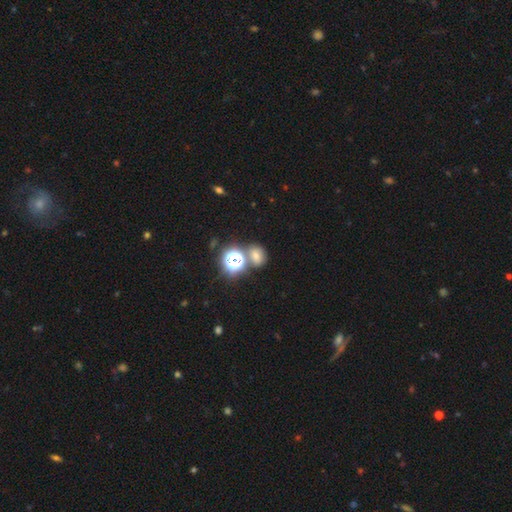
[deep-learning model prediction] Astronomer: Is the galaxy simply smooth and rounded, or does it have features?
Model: smooth — 61%.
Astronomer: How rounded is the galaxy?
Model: round — 53% (runner-up: in between, 46%).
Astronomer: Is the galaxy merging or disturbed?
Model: none — 65%.